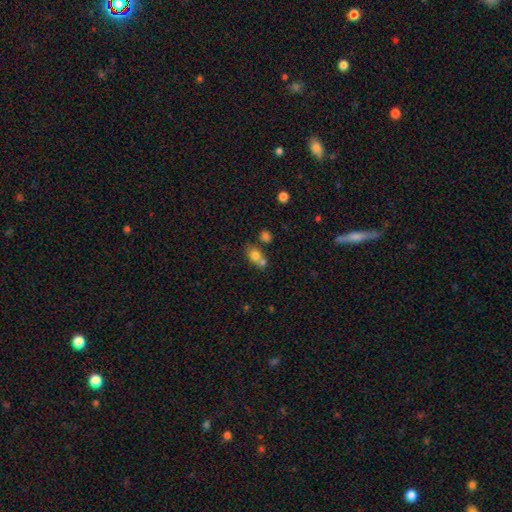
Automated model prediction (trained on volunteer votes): This appears to be a smooth galaxy with no disk features (74%) that is in between round and cigar-shaped (49%, tied with round). Merging: merger (50%).